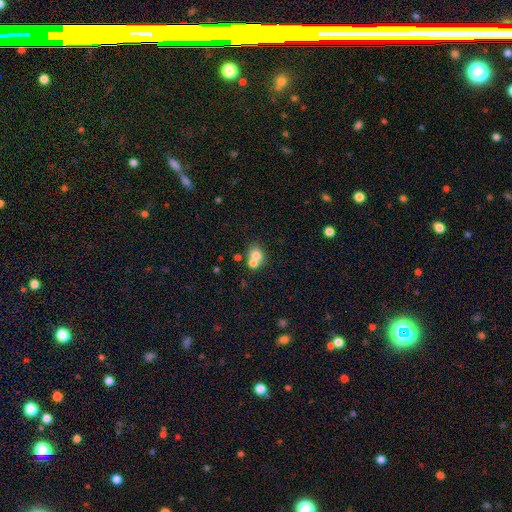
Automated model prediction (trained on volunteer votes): The model was most divided on "merging": merger: 49%, none: 39%, minor disturbance: 8%, major disturbance: 4%. More confident: smooth or featured — smooth (71%); how rounded — round (67%).